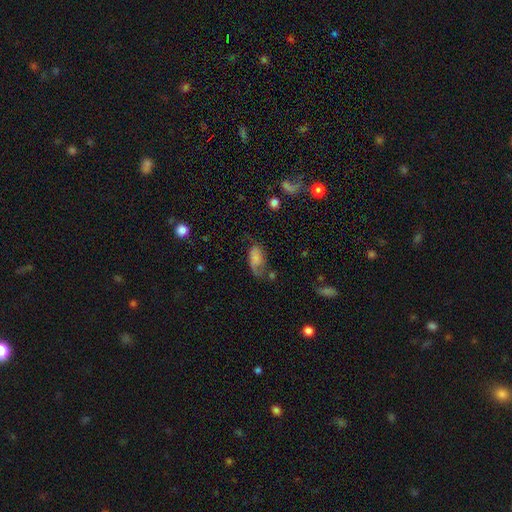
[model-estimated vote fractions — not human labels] This appears to be a smooth galaxy with no disk features (52%) that is in between round and cigar-shaped (88%). Merging: none (43%).